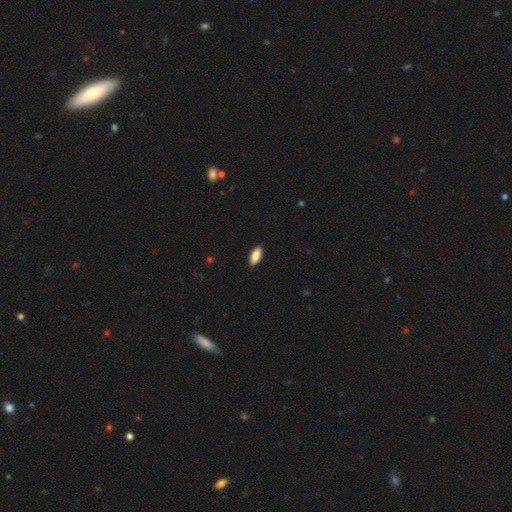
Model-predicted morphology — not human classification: Smooth or featured? Predicted: smooth (p=0.87). How rounded? Predicted: in between (p=0.78). Merging? Predicted: none (p=0.90).